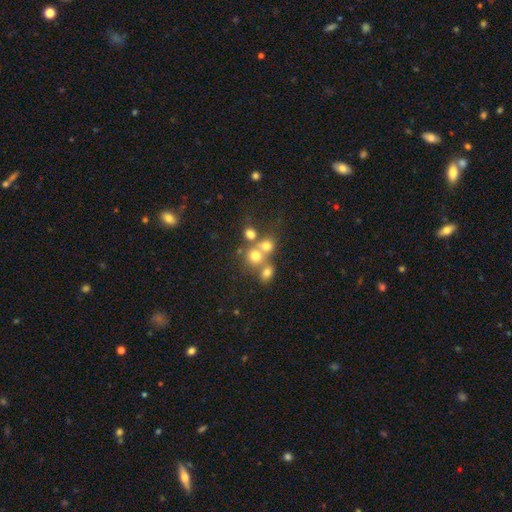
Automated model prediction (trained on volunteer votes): The model was most divided on "merging": none: 44%, merger: 43%, minor disturbance: 8%, major disturbance: 5%. More confident: how rounded — round (81%); smooth or featured — smooth (66%).